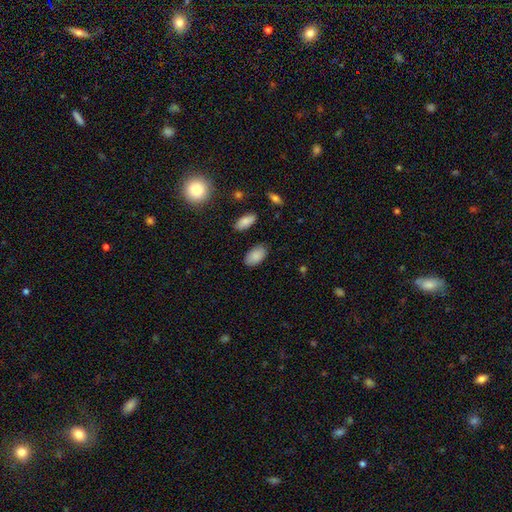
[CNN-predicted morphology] The model was most divided on "merging": none: 85%, minor disturbance: 11%, major disturbance: 3%, merger: 2%. More confident: how rounded — in between (94%); smooth or featured — smooth (87%).